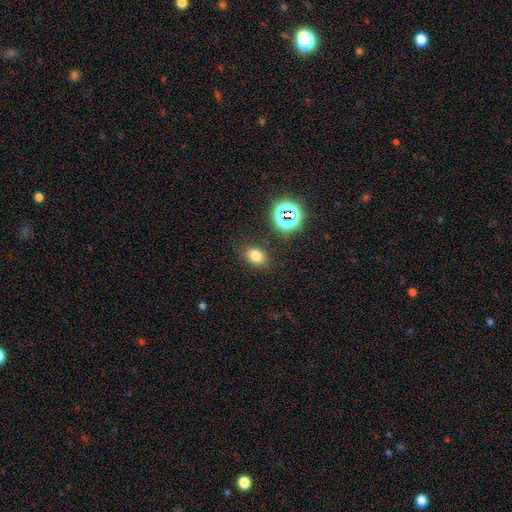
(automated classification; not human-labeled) Smooth or featured? Predicted: smooth (p=0.74). How rounded? Predicted: in between (p=0.74). Merging? Predicted: none (p=0.83).